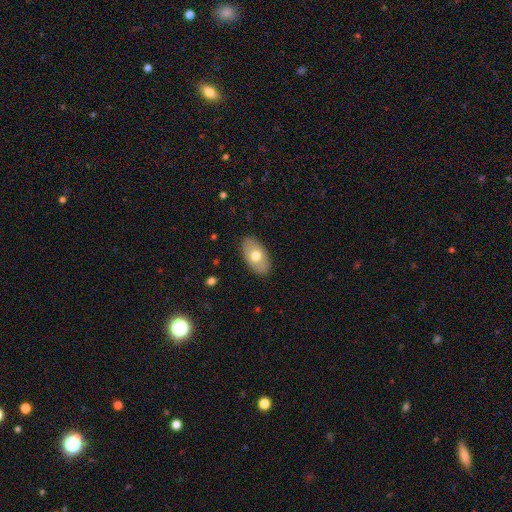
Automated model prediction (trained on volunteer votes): This is likely a smooth galaxy (67%). How rounded: clearly in between (94%). Merging: clearly none (87%).